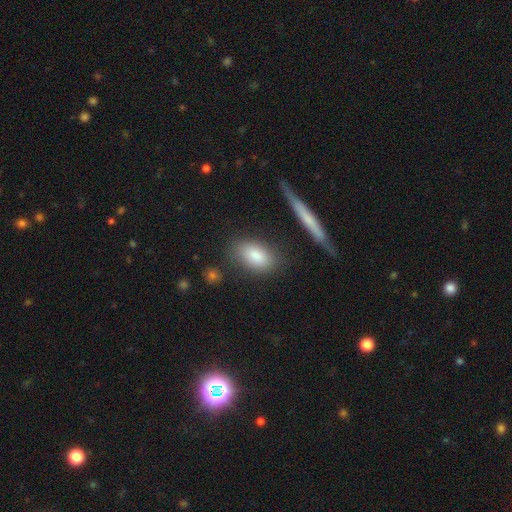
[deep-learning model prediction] Q: Smooth or featured?
A: smooth (84%); runner-up: featured or disk (9%)
Q: How rounded?
A: in between (87%); runner-up: round (8%)
Q: Merging?
A: none (77%); runner-up: minor disturbance (13%)